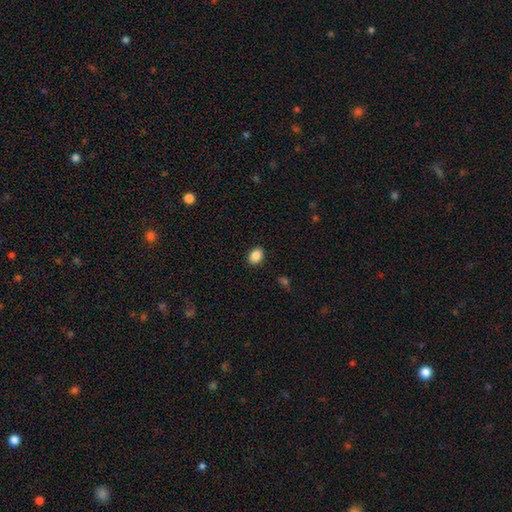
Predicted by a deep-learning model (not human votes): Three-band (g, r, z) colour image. It shows a smooth galaxy with no disk features (88%) that is in between round and cigar-shaped (69%). Merging: none (90%).